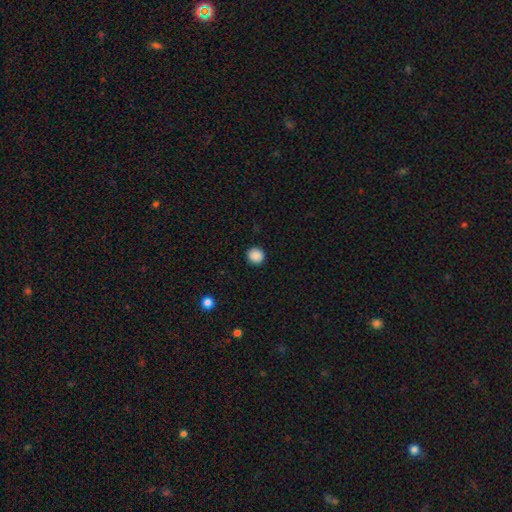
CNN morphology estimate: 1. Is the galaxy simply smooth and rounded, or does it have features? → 89% smooth, 9% star or artifact, 2% featured or disk.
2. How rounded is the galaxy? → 90% round, 9% in between, 1% cigar-shaped.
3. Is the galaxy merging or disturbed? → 92% none, 5% minor disturbance, 2% major disturbance, 1% merger.